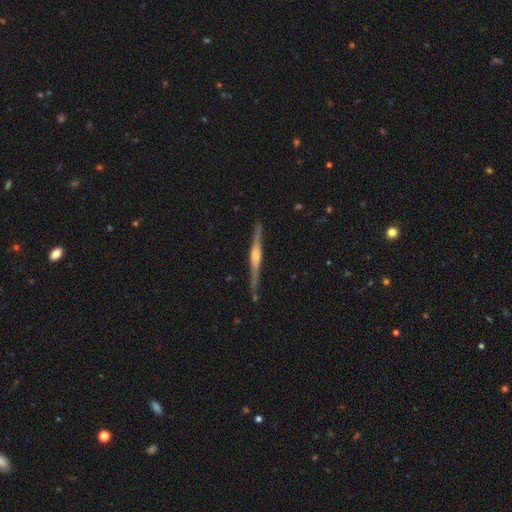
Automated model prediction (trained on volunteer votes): Smooth or featured?
  - featured or disk: 79% *
  - smooth: 15%
  - star or artifact: 5%
Edge-on disk?
  - yes: 98% *
  - no: 2%
Edge-on bulge?
  - rounded: 67% *
  - boxy: 27%
  - none: 7%
Merging?
  - none: 86% *
  - minor disturbance: 10%
  - major disturbance: 2%
  - merger: 2%